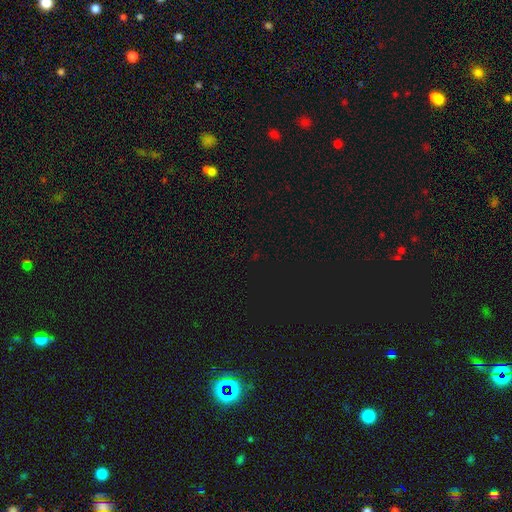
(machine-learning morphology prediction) Smooth or featured? star or artifact (76%)